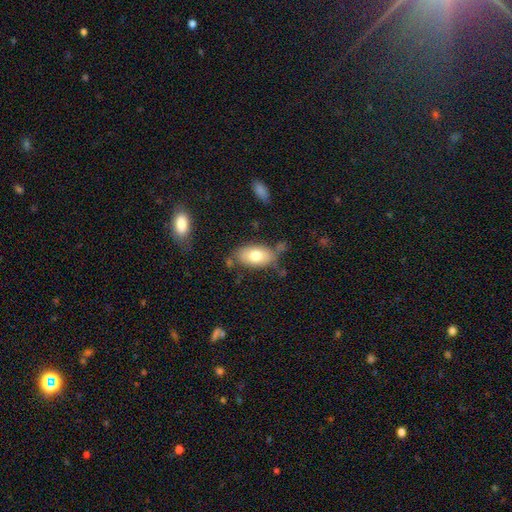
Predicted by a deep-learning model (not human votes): Q: Smooth or featured?
A: smooth (75%); runner-up: featured or disk (18%)
Q: How rounded?
A: in between (92%); runner-up: round (5%)
Q: Merging?
A: none (69%); runner-up: minor disturbance (19%)